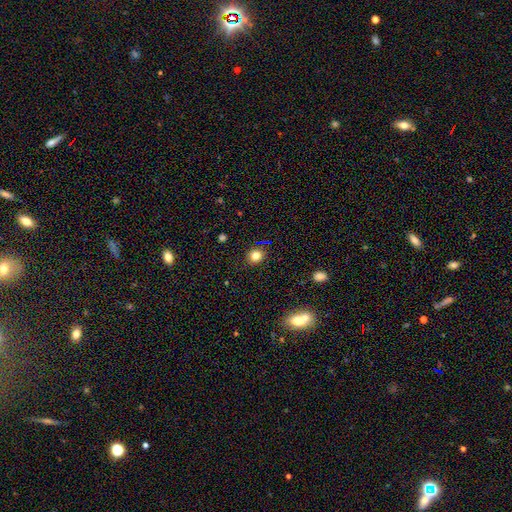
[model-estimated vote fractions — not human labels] Morphology: type=smooth (80%); roundness=round (82%); merging=none (88%).